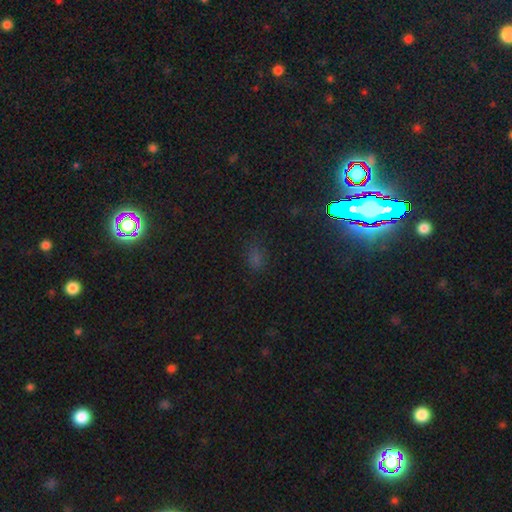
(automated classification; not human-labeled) smooth-or-featured: star or artifact: 54% | smooth: 34% | featured or disk: 12%